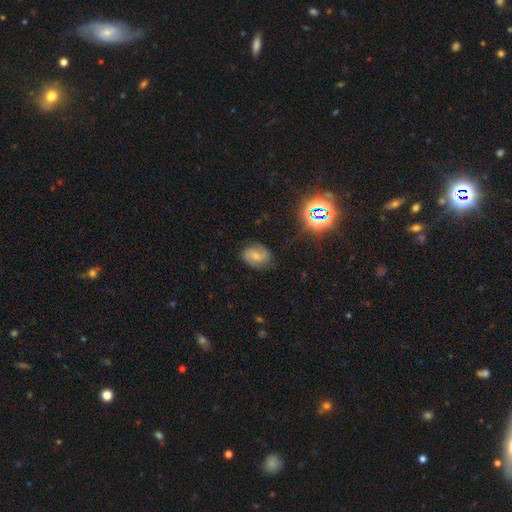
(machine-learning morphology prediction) Smooth or featured? Predicted: featured or disk (p=0.54). Edge-on disk? Predicted: no (p=0.97). Bar? Predicted: weak (p=0.46). Spiral arms? Predicted: yes (p=0.89). Bulge size? Predicted: small (p=0.46). Merging? Predicted: none (p=0.75).